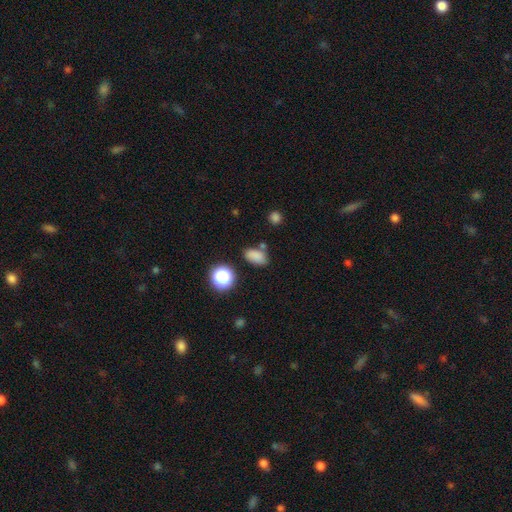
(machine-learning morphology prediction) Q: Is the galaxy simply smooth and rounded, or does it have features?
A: smooth — 80%.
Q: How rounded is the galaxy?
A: in between — 84%.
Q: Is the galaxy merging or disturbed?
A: none — 70%.